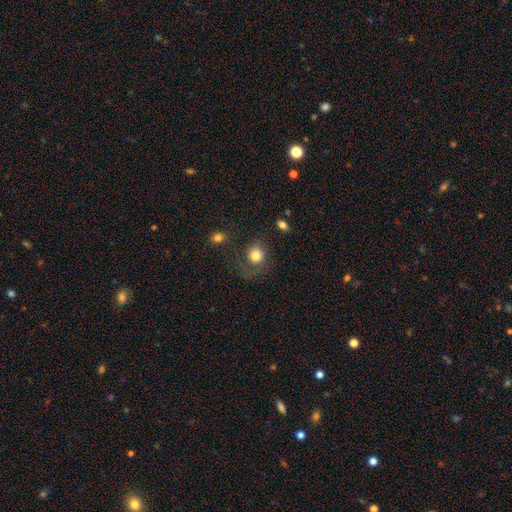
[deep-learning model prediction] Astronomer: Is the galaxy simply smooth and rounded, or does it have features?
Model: smooth — 79%.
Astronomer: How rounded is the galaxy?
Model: round — 81%.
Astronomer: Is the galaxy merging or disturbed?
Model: none — 54%.